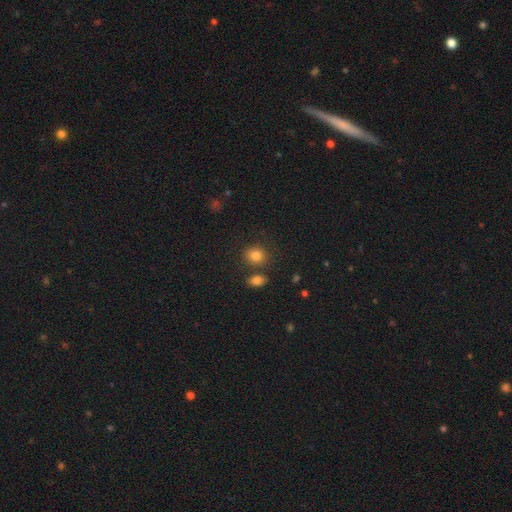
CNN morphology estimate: The model was most divided on "how rounded": round: 67%, in between: 32%, cigar-shaped: 1%. More confident: smooth or featured — smooth (83%); merging — none (74%).